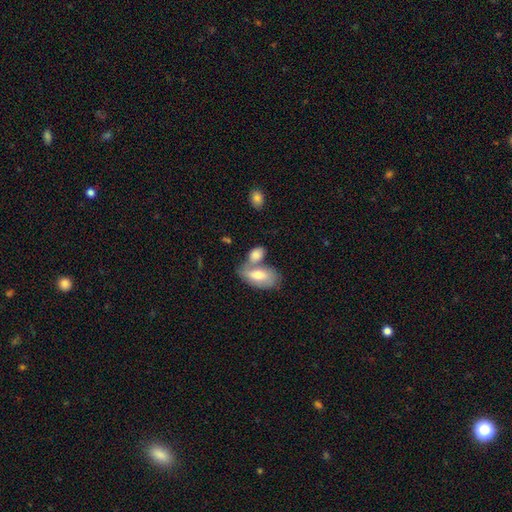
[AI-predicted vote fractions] Smooth or featured: smooth — 72% (featured or disk — 21%)
How rounded: in between — 86% (round — 9%)
Merging: merger — 53% (none — 30%)